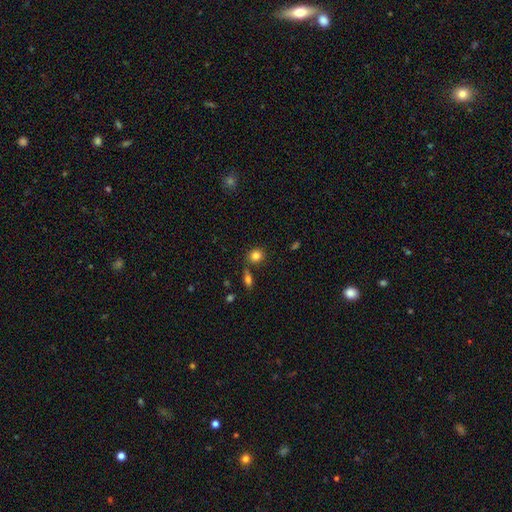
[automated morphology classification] Overall: smooth (83%). How rounded: round (73%). Merging: none (73%).